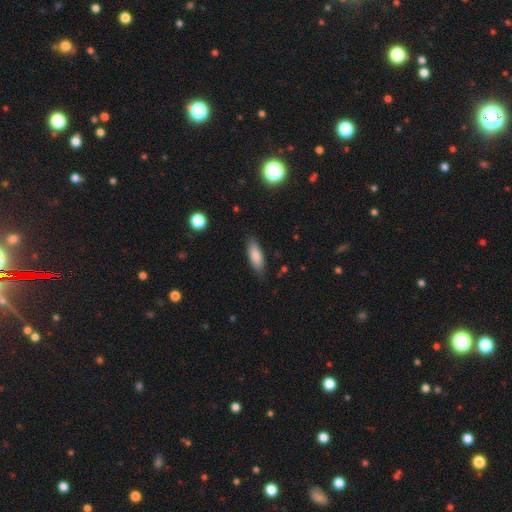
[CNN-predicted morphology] smooth-or-featured: smooth: 84% | featured or disk: 10% | star or artifact: 7%
  how-rounded: in between: 64% | cigar-shaped: 34% | round: 2%
  merging: none: 81% | minor disturbance: 15% | major disturbance: 3% | merger: 1%